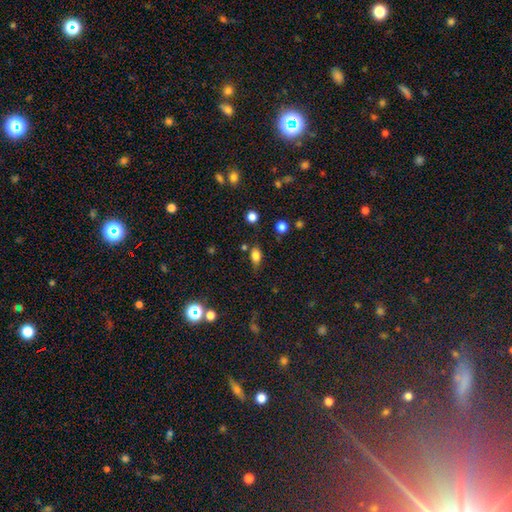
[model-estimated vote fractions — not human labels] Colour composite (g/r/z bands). It shows a smooth galaxy with no disk features (78%) that is in between round and cigar-shaped (78%). Merging: none (69%).